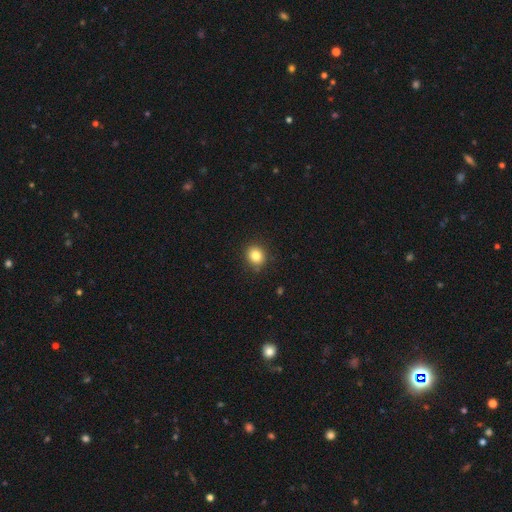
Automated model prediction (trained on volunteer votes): Q: Smooth or featured?
A: smooth (83%); runner-up: star or artifact (11%)
Q: How rounded?
A: round (79%); runner-up: in between (20%)
Q: Merging?
A: none (87%); runner-up: minor disturbance (9%)